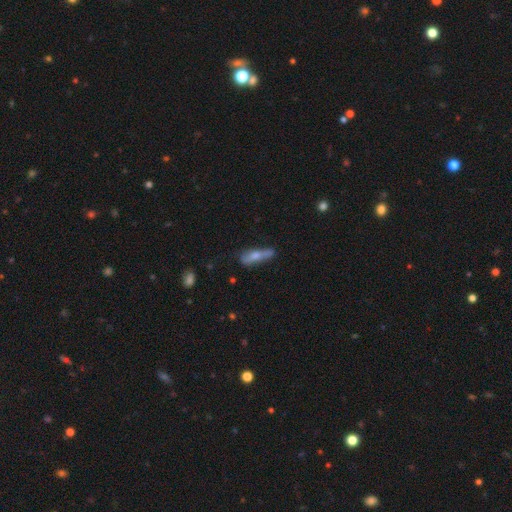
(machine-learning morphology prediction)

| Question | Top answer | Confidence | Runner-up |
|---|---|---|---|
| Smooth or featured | smooth | 59% | featured or disk (34%) |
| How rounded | cigar-shaped | 63% | in between (35%) |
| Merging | none | 51% | minor disturbance (29%) |